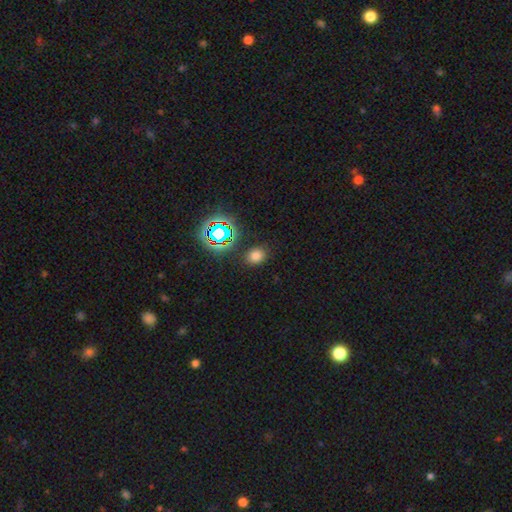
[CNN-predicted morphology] A smooth galaxy with no disk features (70%) that is in between round and cigar-shaped (51%). Merging: none (86%).